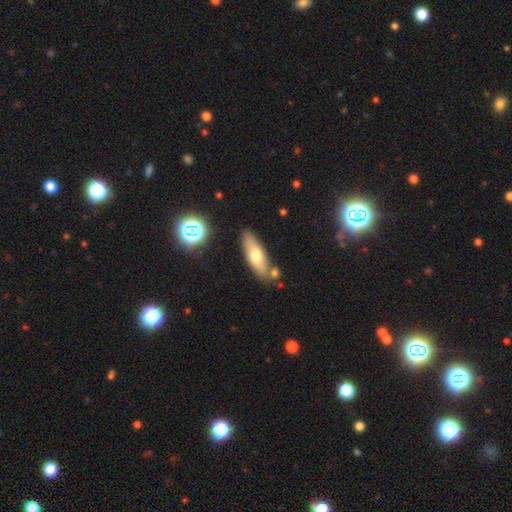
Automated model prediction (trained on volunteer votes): Q: Smooth or featured?
A: smooth (64%); runner-up: featured or disk (28%)
Q: How rounded?
A: in between (57%); runner-up: cigar-shaped (40%)
Q: Merging?
A: none (77%); runner-up: minor disturbance (12%)